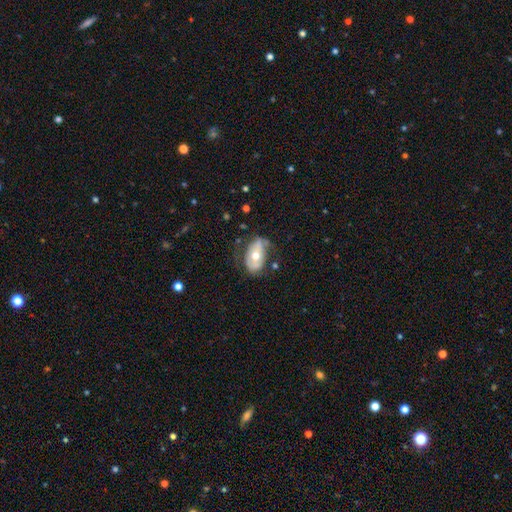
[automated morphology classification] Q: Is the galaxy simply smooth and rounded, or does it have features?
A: featured or disk — 50%.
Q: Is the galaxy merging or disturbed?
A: none — 54%.